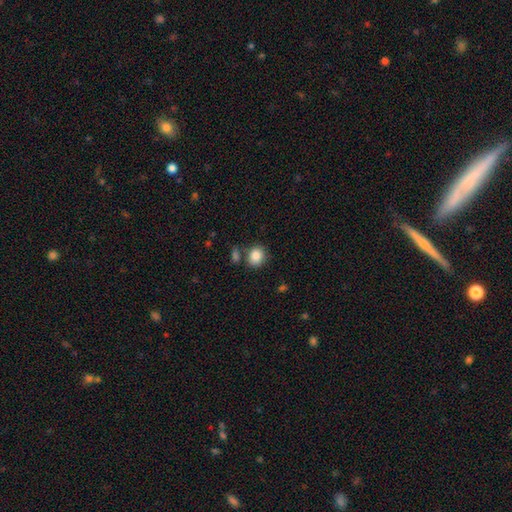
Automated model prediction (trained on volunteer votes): smooth 86%, star or artifact 9%, featured or disk 5%. Down the decision tree: how rounded — round (71%); merging — none (72%).